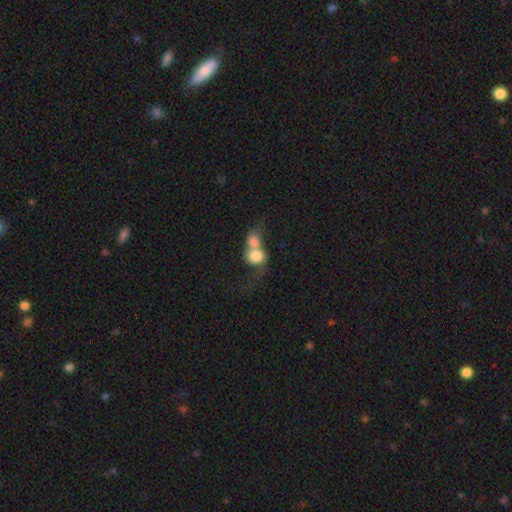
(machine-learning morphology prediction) Smooth or featured? Predicted: smooth (p=0.72). How rounded? Predicted: round (p=0.59). Merging? Predicted: merger (p=0.79).